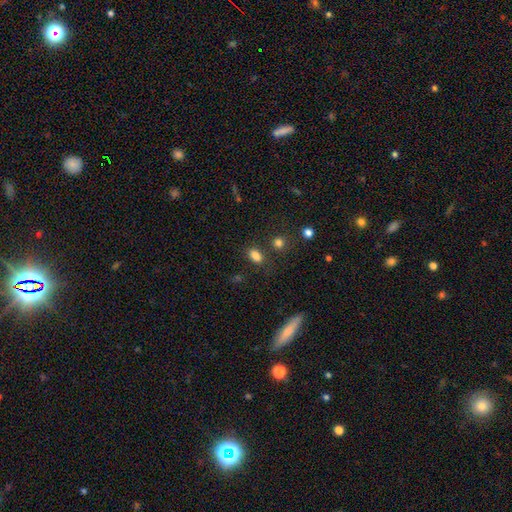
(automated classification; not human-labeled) This is clearly a smooth galaxy (83%). How rounded: clearly in between (83%). Merging: likely none (77%).